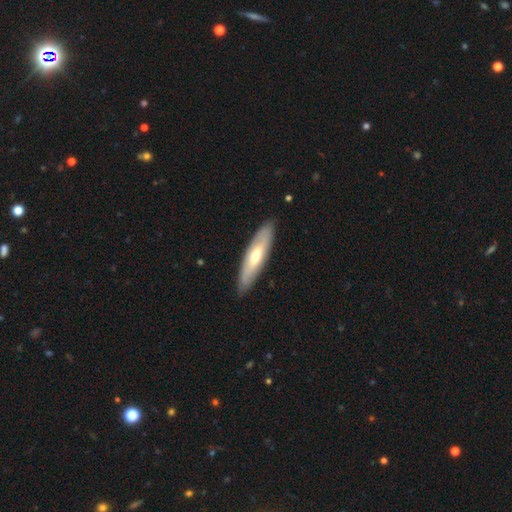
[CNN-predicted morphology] A smooth galaxy with no disk features (48%).

Vote fractions:
- Smooth or featured? smooth: 48% / featured or disk: 46% / star or artifact: 6%
- Merging? none: 88% / minor disturbance: 9% / major disturbance: 2% / merger: 1%